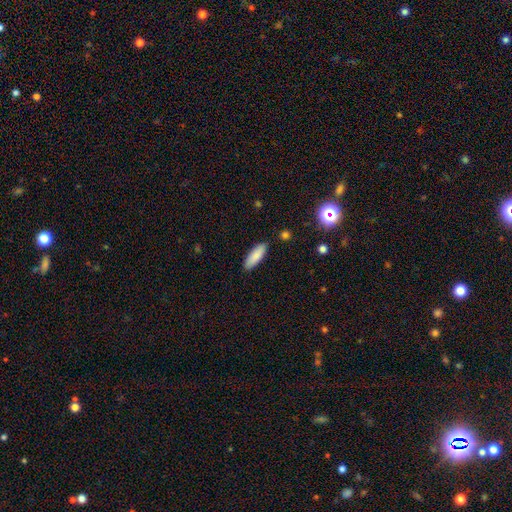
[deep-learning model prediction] smooth_or_featured: smooth (p=0.86) [alt: featured or disk p=0.07]
how_rounded: in between (p=0.60) [alt: cigar-shaped p=0.39]
merging: none (p=0.88) [alt: minor disturbance p=0.09]